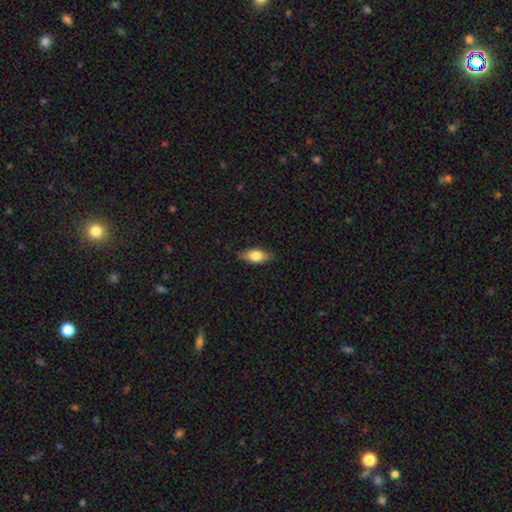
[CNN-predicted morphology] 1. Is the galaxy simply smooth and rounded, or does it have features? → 69% smooth, 24% featured or disk, 7% star or artifact.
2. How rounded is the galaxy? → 77% in between, 19% cigar-shaped, 4% round.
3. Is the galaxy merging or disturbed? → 85% none, 11% minor disturbance, 2% major disturbance, 1% merger.